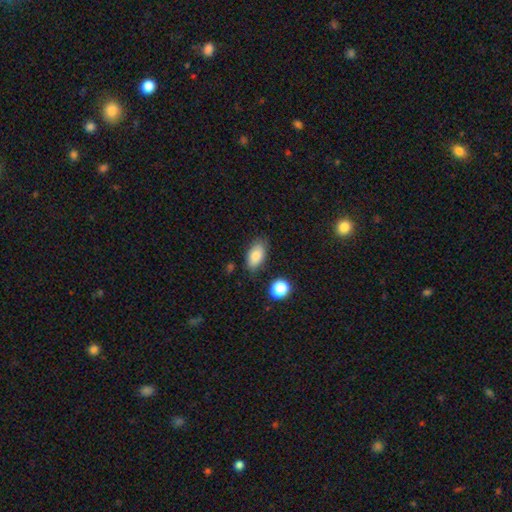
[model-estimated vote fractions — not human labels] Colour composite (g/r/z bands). It shows a smooth galaxy with no disk features (84%) that is in between round and cigar-shaped (91%). Merging: none (79%).